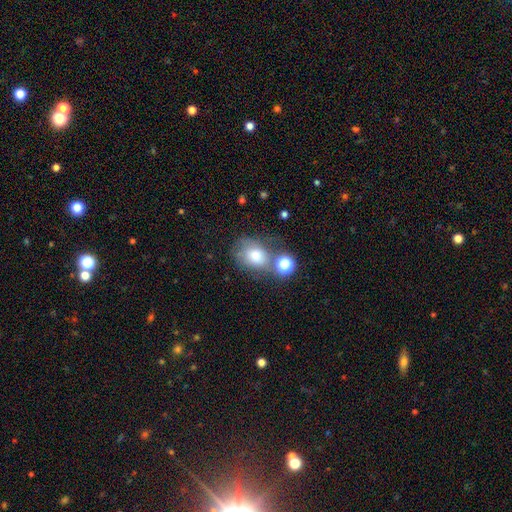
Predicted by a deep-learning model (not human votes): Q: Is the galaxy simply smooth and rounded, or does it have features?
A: smooth — 68%.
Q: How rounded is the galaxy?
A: in between — 53%.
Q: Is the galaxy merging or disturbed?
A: none — 44%.